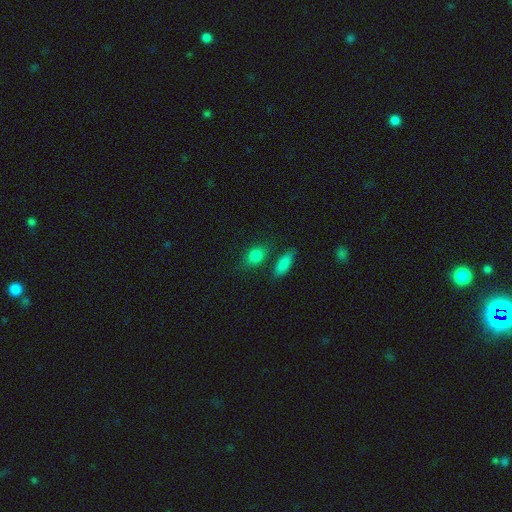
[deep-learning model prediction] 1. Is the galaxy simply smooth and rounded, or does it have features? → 84% smooth, 10% star or artifact, 7% featured or disk.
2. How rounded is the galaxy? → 63% in between, 31% round, 5% cigar-shaped.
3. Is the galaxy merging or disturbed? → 73% none, 13% minor disturbance, 10% merger, 4% major disturbance.